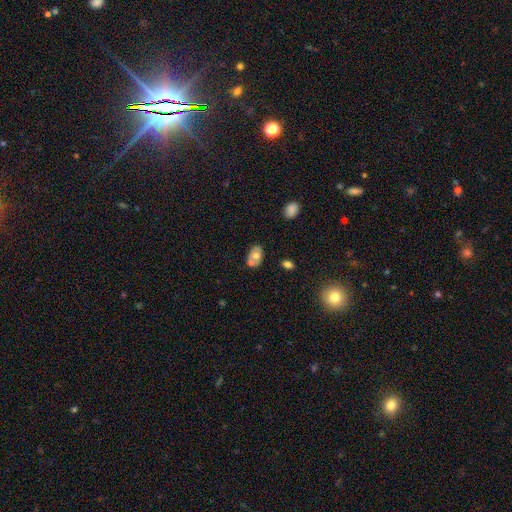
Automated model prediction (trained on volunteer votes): Q: Smooth or featured?
A: smooth (59%); runner-up: featured or disk (32%)
Q: How rounded?
A: in between (77%); runner-up: round (21%)
Q: Merging?
A: none (45%); runner-up: merger (35%)